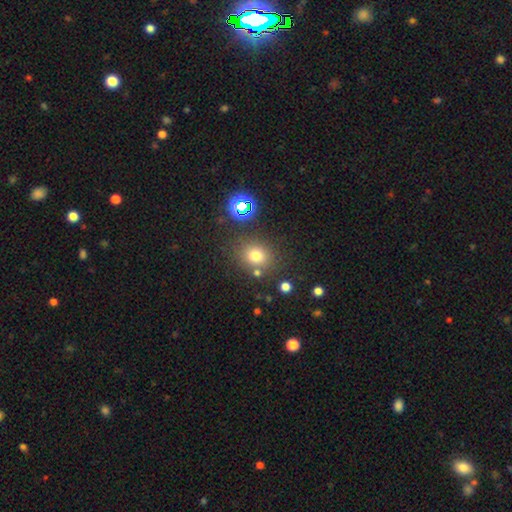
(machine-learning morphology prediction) Q: Smooth or featured?
A: smooth (72%); runner-up: star or artifact (20%)
Q: How rounded?
A: round (75%); runner-up: in between (24%)
Q: Merging?
A: none (78%); runner-up: minor disturbance (10%)